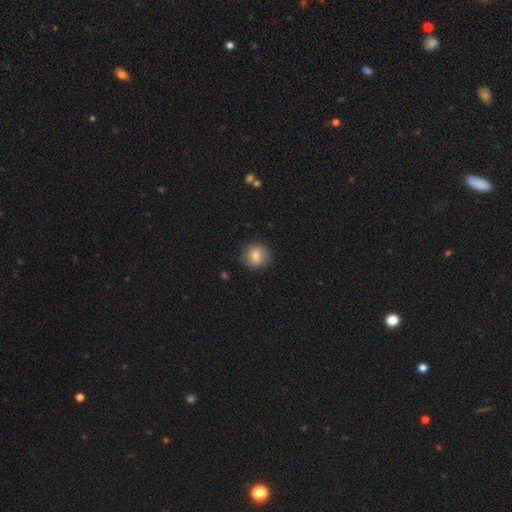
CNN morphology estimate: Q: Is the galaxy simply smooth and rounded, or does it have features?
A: smooth — 79%.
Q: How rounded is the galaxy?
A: round — 90%.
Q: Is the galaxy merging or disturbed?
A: none — 87%.